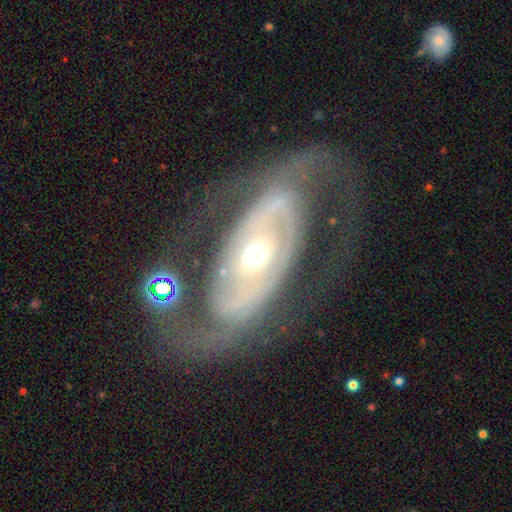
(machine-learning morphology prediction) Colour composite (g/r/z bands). It shows a featured or disk galaxy (85%) with no bar (56%), 2 (74%) medium (41%) spiral arms (78%) and a moderate central bulge (65%). Merging: none (63%).